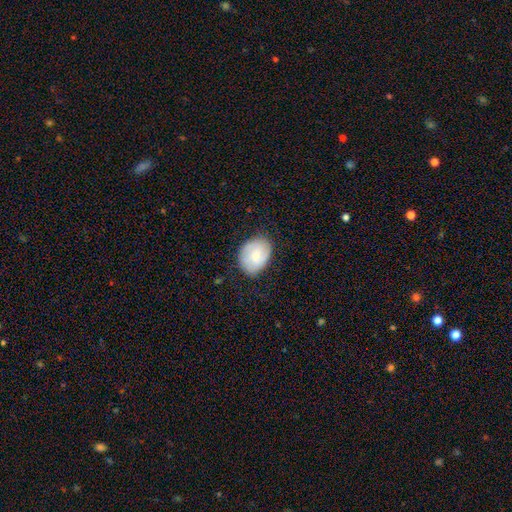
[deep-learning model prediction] This appears to be a smooth galaxy with no disk features (65%) that is in between round and cigar-shaped (66%). Merging: none (73%).